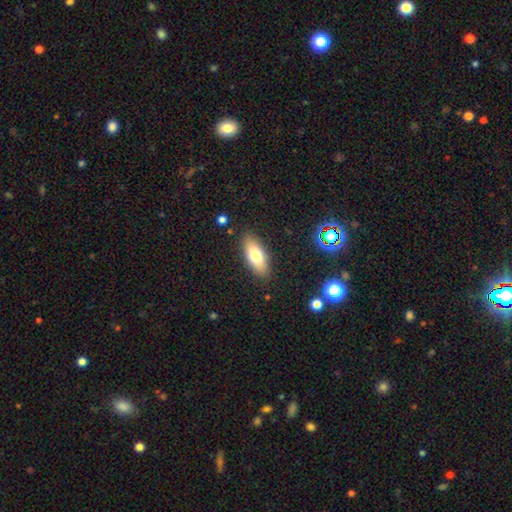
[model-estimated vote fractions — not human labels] Smooth or featured?
  - smooth: 73% *
  - featured or disk: 20%
  - star or artifact: 7%
How rounded?
  - in between: 80% *
  - cigar-shaped: 17%
  - round: 3%
Merging?
  - none: 87% *
  - minor disturbance: 10%
  - major disturbance: 2%
  - merger: 1%